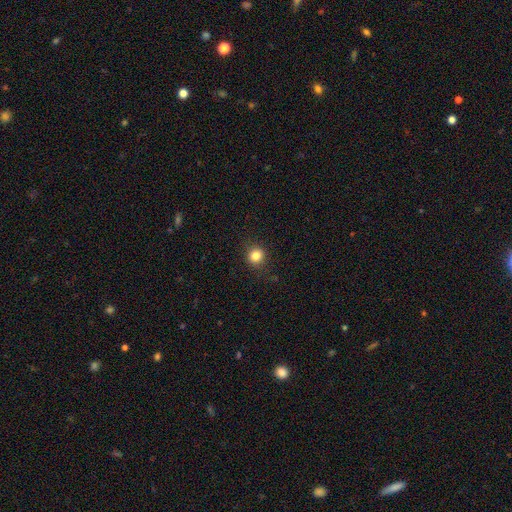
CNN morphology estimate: Smooth or featured? smooth (83%)
How rounded? round (90%)
Merging? none (89%)